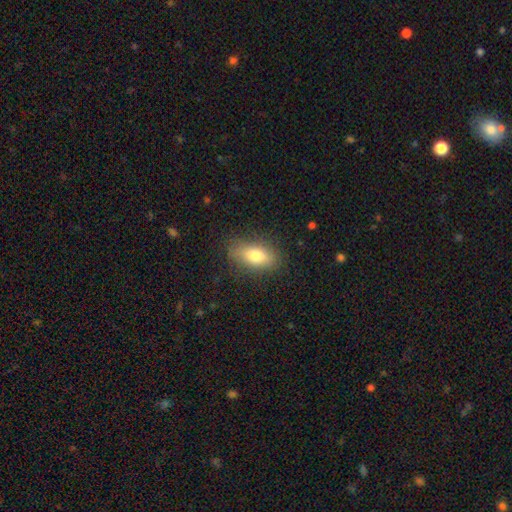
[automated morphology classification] Q: Smooth or featured?
A: smooth (76%); runner-up: featured or disk (15%)
Q: How rounded?
A: in between (84%); runner-up: cigar-shaped (10%)
Q: Merging?
A: none (82%); runner-up: minor disturbance (13%)